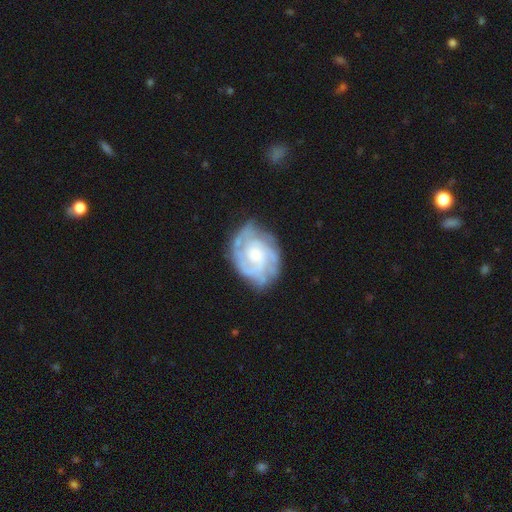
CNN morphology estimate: Q: Smooth or featured?
A: featured or disk (85%); runner-up: smooth (10%)
Q: Edge-on disk?
A: no (98%); runner-up: yes (2%)
Q: Bar?
A: no (70%); runner-up: weak (25%)
Q: Spiral arms?
A: yes (95%); runner-up: no (5%)
Q: Spiral winding?
A: tight (63%); runner-up: medium (31%)
Q: Spiral arm count?
A: 2 (27%); tied with: can't tell (27%)
Q: Bulge size?
A: small (48%); runner-up: moderate (41%)
Q: Merging?
A: none (70%); runner-up: minor disturbance (21%)